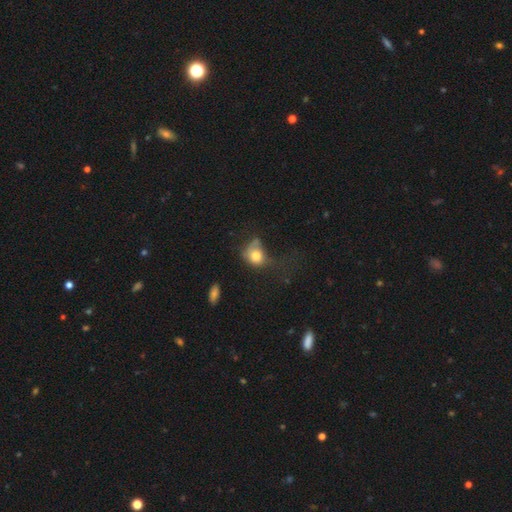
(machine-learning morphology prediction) This is likely a smooth galaxy (73%). How rounded: possibly round (52%). Merging: marginally major disturbance (41%).